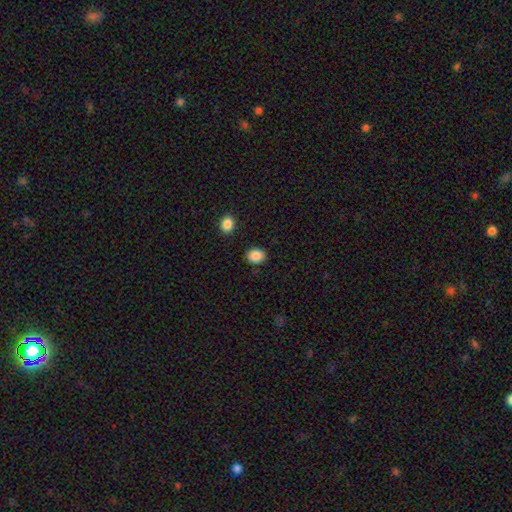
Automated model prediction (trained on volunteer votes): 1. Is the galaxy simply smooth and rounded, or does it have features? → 87% smooth, 9% star or artifact, 4% featured or disk.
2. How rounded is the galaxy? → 52% round, 47% in between, 1% cigar-shaped.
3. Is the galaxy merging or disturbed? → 86% none, 9% minor disturbance, 3% merger, 2% major disturbance.